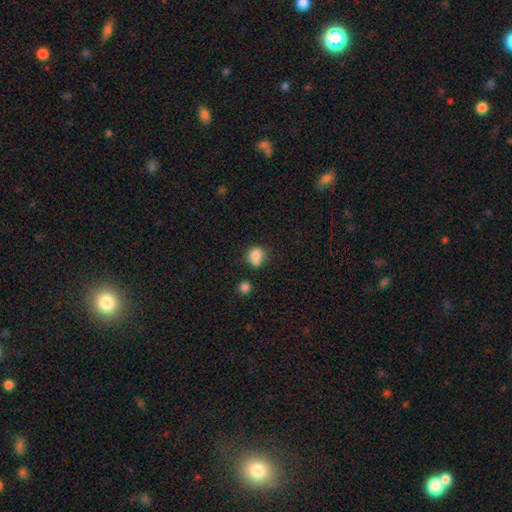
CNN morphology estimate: Smooth or featured: smooth — 80% (star or artifact — 11%)
How rounded: round — 73% (in between — 26%)
Merging: none — 51% (merger — 22%)